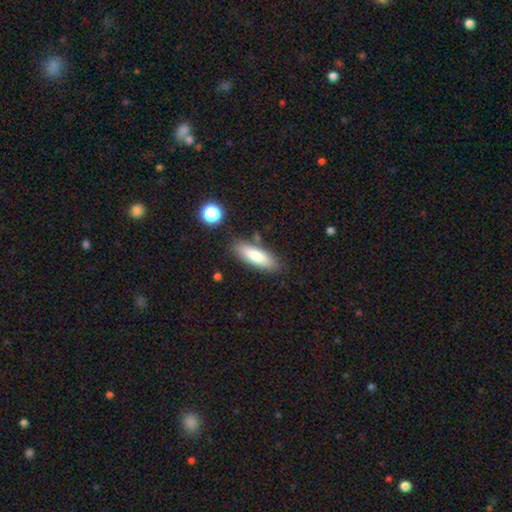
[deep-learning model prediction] The model was most divided on "how rounded": in between: 54%, cigar-shaped: 44%, round: 2%. More confident: smooth or featured — smooth (82%); merging — none (80%).